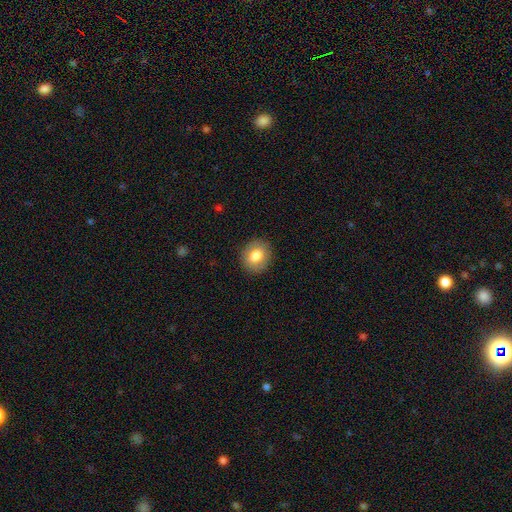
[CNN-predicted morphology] Q: Smooth or featured?
A: smooth (81%); runner-up: featured or disk (11%)
Q: How rounded?
A: round (62%); runner-up: in between (37%)
Q: Merging?
A: none (89%); runner-up: minor disturbance (8%)